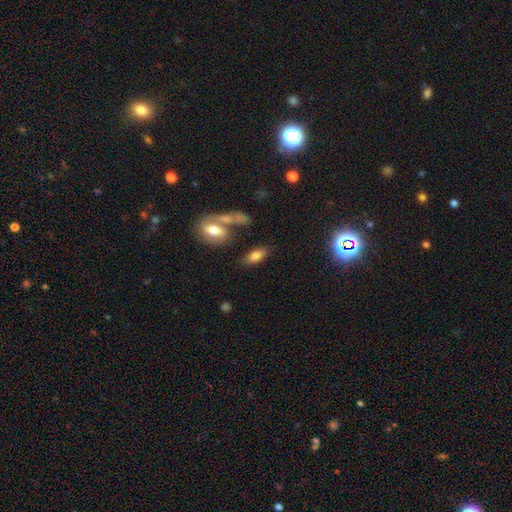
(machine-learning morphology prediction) Smooth or featured: smooth — 74% (featured or disk — 18%)
How rounded: in between — 83% (cigar-shaped — 13%)
Merging: none — 67% (minor disturbance — 14%)